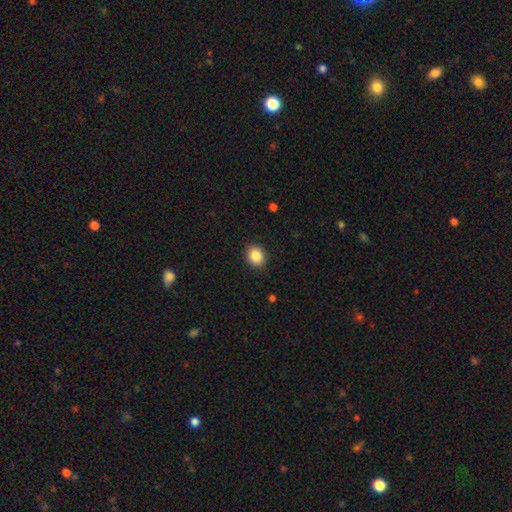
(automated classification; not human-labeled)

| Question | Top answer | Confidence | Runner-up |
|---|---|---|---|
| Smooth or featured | smooth | 86% | star or artifact (9%) |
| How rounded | round | 59% | in between (40%) |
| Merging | none | 90% | minor disturbance (7%) |